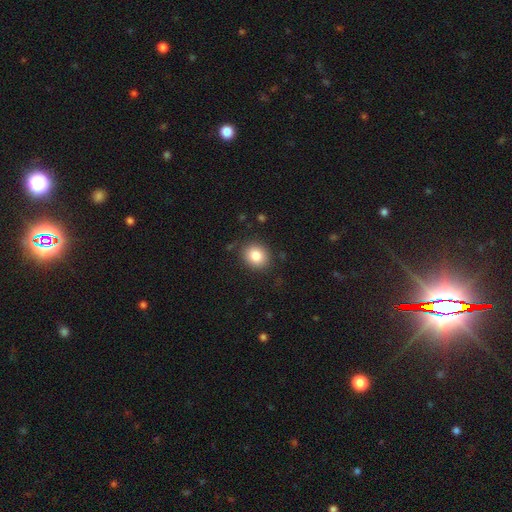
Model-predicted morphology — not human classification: smooth_or_featured: smooth (p=0.83) [alt: star or artifact p=0.09]
how_rounded: round (p=0.72) [alt: in between p=0.27]
merging: none (p=0.86) [alt: minor disturbance p=0.10]